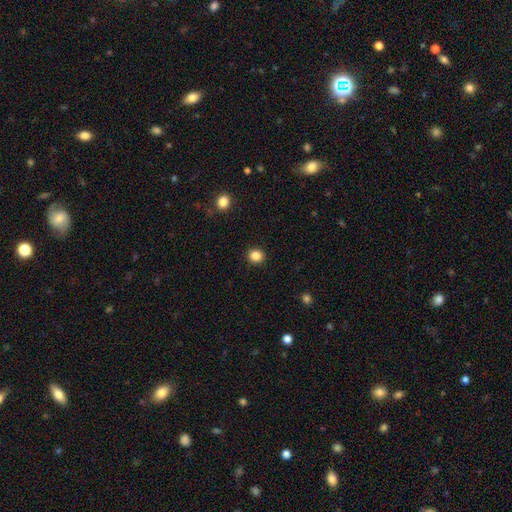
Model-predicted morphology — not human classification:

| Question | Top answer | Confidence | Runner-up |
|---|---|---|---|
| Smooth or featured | smooth | 85% | star or artifact (11%) |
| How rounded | round | 86% | in between (13%) |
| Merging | none | 92% | minor disturbance (5%) |